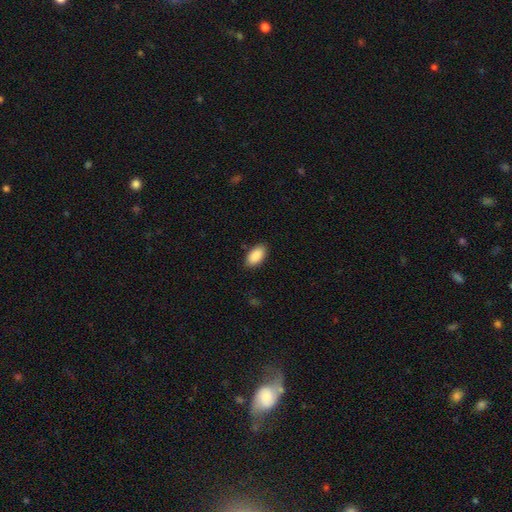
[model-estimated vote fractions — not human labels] The model was most divided on "merging": none: 87%, minor disturbance: 10%, major disturbance: 2%, merger: 1%. More confident: how rounded — in between (95%); smooth or featured — smooth (90%).